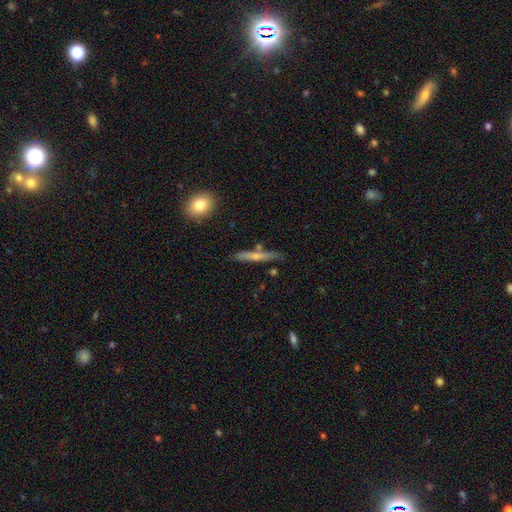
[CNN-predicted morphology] This is possibly a smooth galaxy (49%). Merging: likely none (79%).